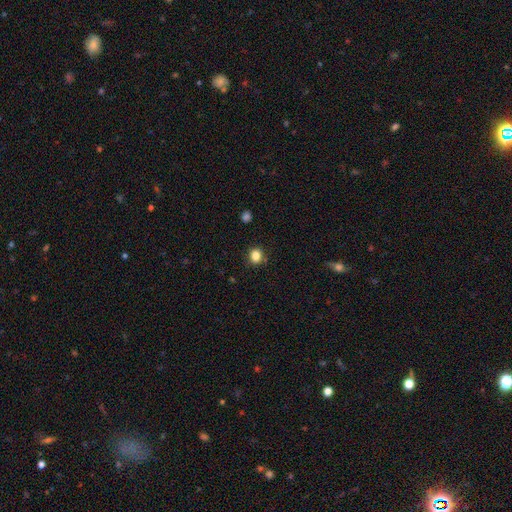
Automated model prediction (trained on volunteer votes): Q: Smooth or featured?
A: smooth (84%); runner-up: star or artifact (11%)
Q: How rounded?
A: round (66%); runner-up: in between (33%)
Q: Merging?
A: none (85%); runner-up: minor disturbance (10%)